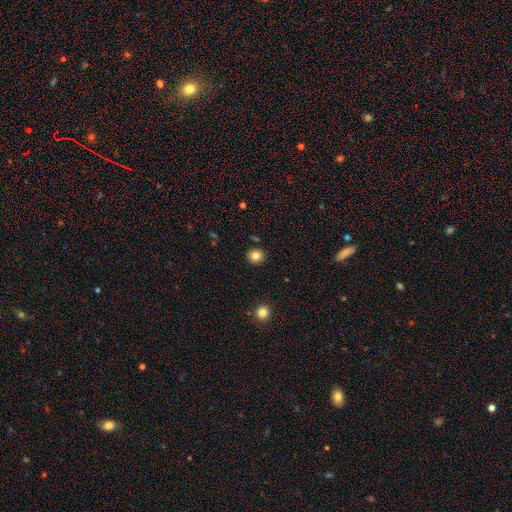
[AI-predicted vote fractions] Smooth or featured? smooth (81%)
How rounded? round (91%)
Merging? none (91%)